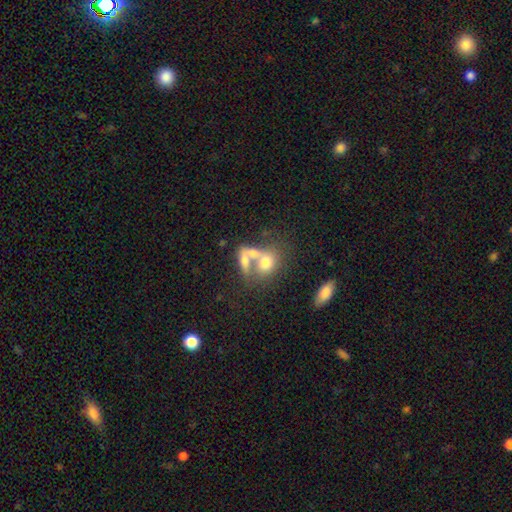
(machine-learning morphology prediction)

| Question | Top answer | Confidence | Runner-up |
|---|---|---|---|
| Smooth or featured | smooth | 58% | featured or disk (29%) |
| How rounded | in between | 55% | round (41%) |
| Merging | merger | 60% | none (25%) |